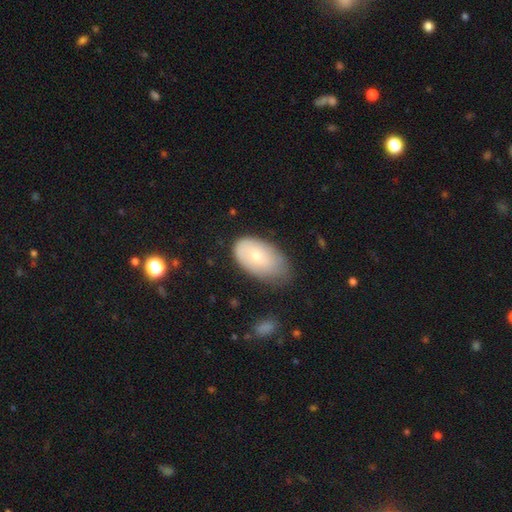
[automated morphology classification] Smooth or featured? smooth (69%)
How rounded? in between (93%)
Merging? none (48%)